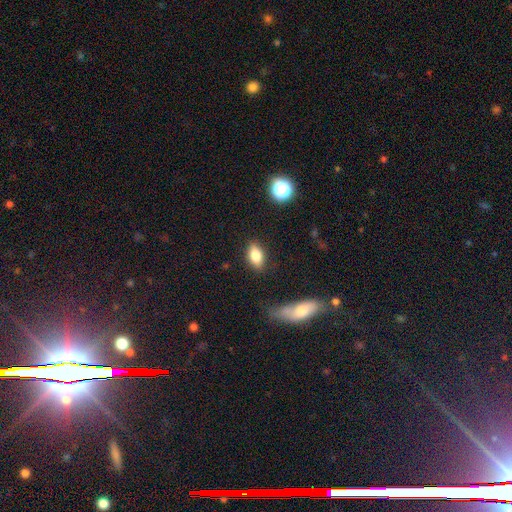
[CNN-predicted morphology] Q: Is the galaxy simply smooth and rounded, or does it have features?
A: smooth — 77%.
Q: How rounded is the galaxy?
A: in between — 86%.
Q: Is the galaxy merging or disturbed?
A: none — 84%.